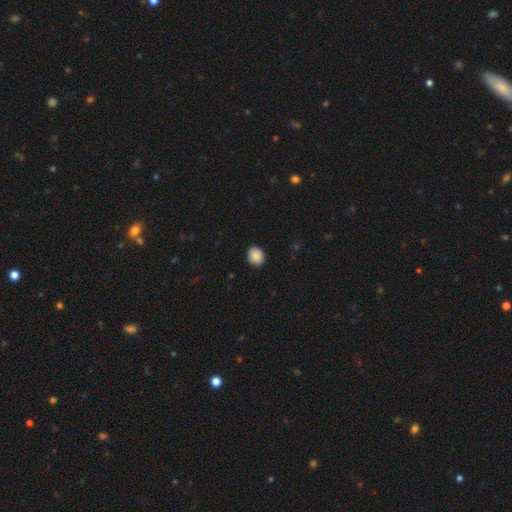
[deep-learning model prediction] A smooth galaxy with no disk features (88%) that is round (55%). Merging: none (88%).